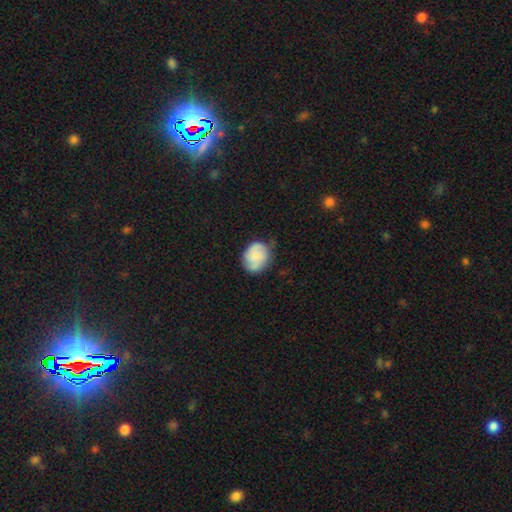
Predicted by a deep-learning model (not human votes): A smooth galaxy with no disk features (50%). Merging: none (65%).